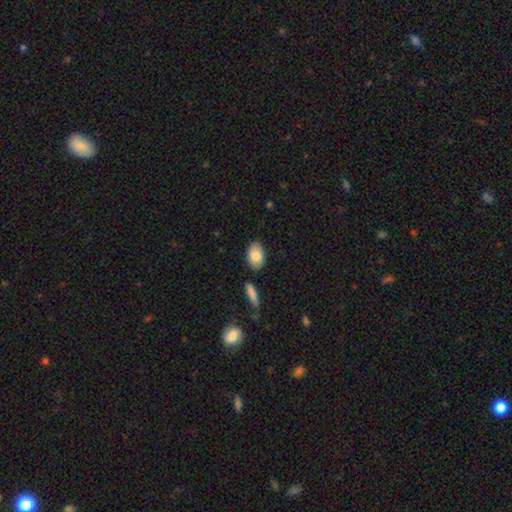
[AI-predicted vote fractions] A smooth galaxy with no disk features (81%) that is in between round and cigar-shaped (92%). Merging: none (81%).